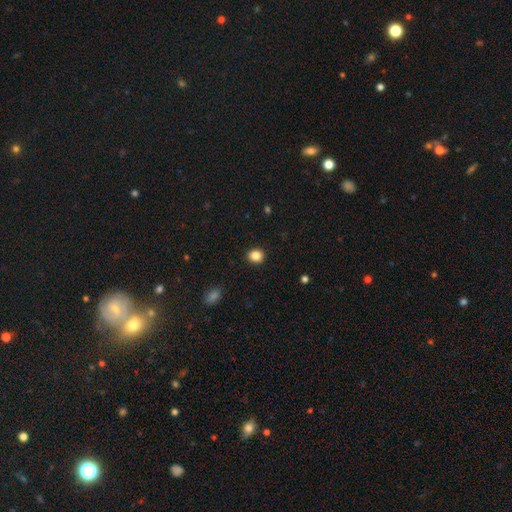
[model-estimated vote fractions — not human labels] Overall: smooth (85%). How rounded: round (76%). Merging: none (91%).